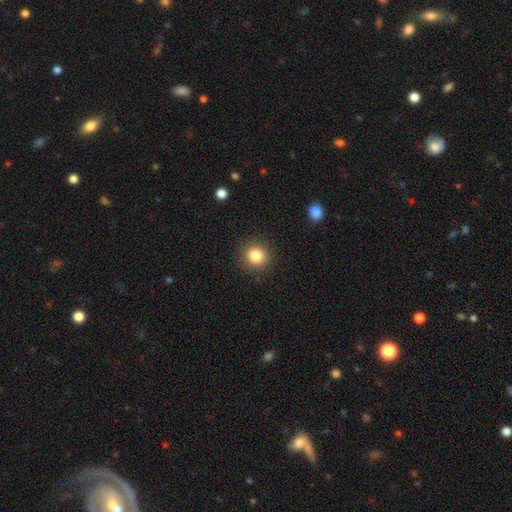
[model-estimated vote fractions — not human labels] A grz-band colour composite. It shows a smooth galaxy with no disk features (84%) that is round (90%). Merging: none (90%).